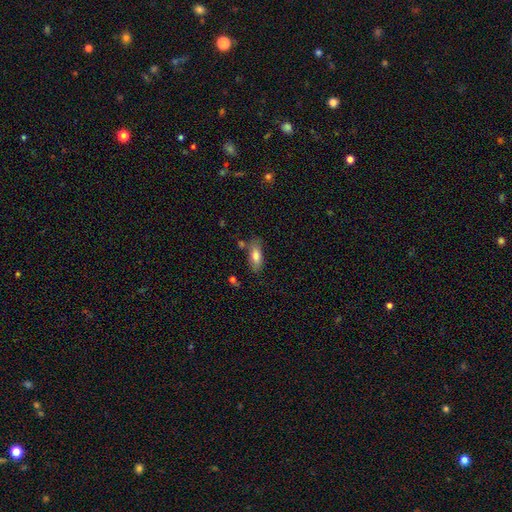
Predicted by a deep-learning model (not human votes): Overall: smooth (79%). How rounded: in between (78%). Merging: none (69%).